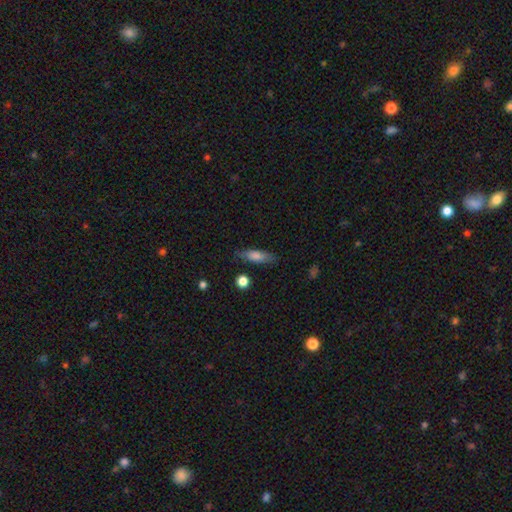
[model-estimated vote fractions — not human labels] This is likely a smooth galaxy (69%). How rounded: possibly cigar-shaped (58%). Merging: clearly none (82%).